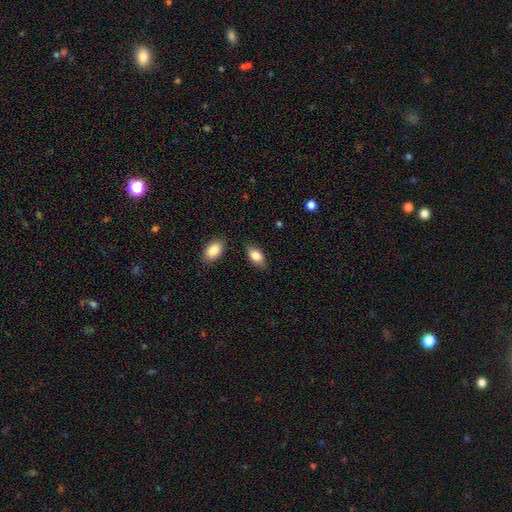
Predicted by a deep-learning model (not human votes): A smooth galaxy with no disk features (84%) that is in between round and cigar-shaped (91%).

Vote fractions:
- Smooth or featured? smooth: 84% / featured or disk: 9% / star or artifact: 7%
- How rounded? in between: 91% / round: 6% / cigar-shaped: 4%
- Merging? none: 80% / minor disturbance: 14% / major disturbance: 3% / merger: 3%